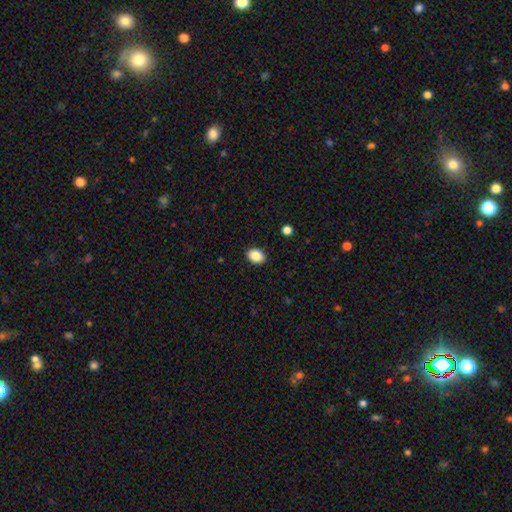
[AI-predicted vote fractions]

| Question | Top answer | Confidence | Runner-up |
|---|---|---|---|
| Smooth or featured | smooth | 88% | star or artifact (8%) |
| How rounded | in between | 73% | round (26%) |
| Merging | none | 91% | minor disturbance (7%) |